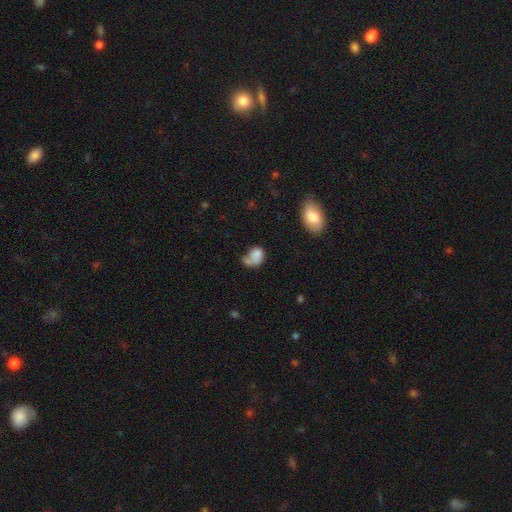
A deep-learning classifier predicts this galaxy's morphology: smooth-or-featured: smooth: 72% | featured or disk: 18% | star or artifact: 10%
  how-rounded: in between: 65% | round: 34% | cigar-shaped: 2%
  merging: merger: 29% | none: 27% | major disturbance: 25% | minor disturbance: 19%